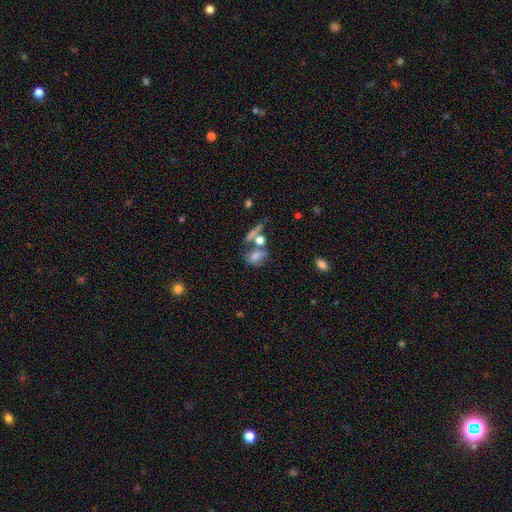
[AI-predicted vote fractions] Smooth or featured?
  - smooth: 67% *
  - featured or disk: 21%
  - star or artifact: 12%
How rounded?
  - in between: 64% *
  - round: 30%
  - cigar-shaped: 6%
Merging?
  - none: 38% *
  - merger: 36%
  - minor disturbance: 15%
  - major disturbance: 11%